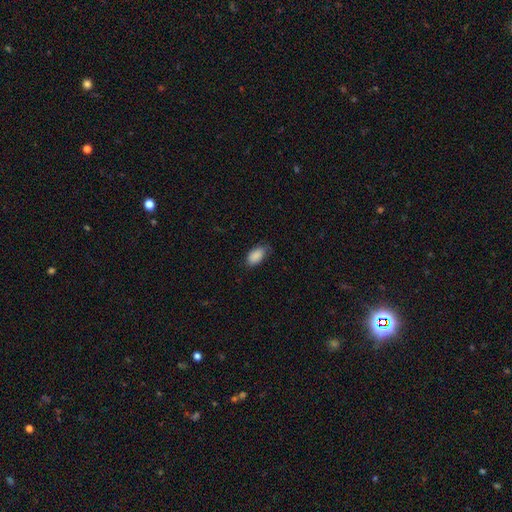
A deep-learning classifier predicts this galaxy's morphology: smooth-or-featured: smooth: 89% | star or artifact: 7% | featured or disk: 4%
  how-rounded: in between: 93% | round: 4% | cigar-shaped: 2%
  merging: none: 72% | minor disturbance: 22% | major disturbance: 4% | merger: 1%